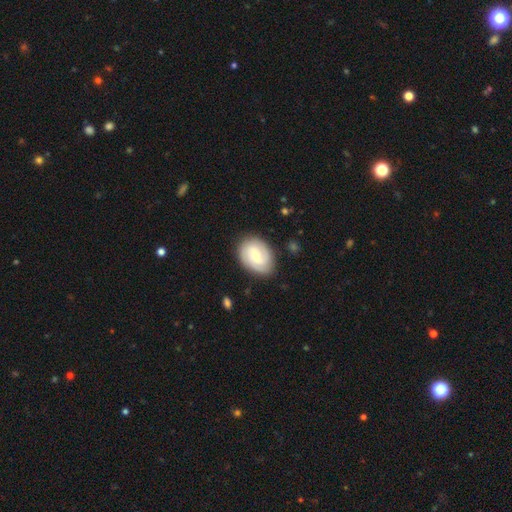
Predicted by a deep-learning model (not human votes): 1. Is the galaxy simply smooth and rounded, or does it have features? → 61% featured or disk, 33% smooth, 6% star or artifact.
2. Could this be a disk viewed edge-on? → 97% no, 3% yes.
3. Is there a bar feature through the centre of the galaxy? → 57% weak, 29% no, 15% strong.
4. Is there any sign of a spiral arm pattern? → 88% yes, 12% no.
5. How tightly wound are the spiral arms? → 44% tight, 39% medium, 18% loose.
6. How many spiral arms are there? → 60% 2, 21% can't tell, 10% 3, 5% 1, 2% 4, 2% more than 4.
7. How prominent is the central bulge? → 48% small, 47% moderate, 2% large, 2% none, 1% dominant.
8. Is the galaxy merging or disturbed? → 81% none, 14% minor disturbance, 4% major disturbance, 1% merger.